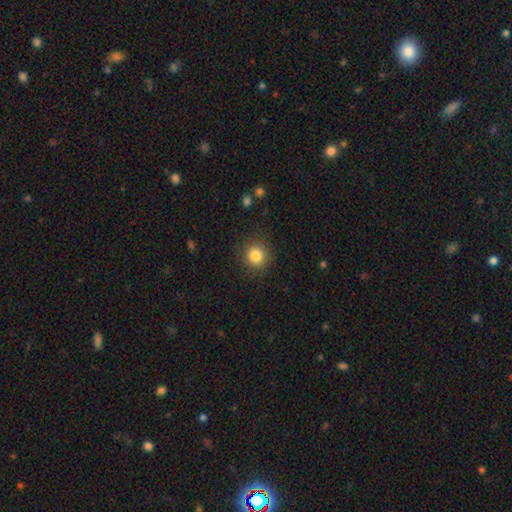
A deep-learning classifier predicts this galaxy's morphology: smooth 83%, star or artifact 11%, featured or disk 6%. Down the decision tree: how rounded — round (91%); merging — none (89%).